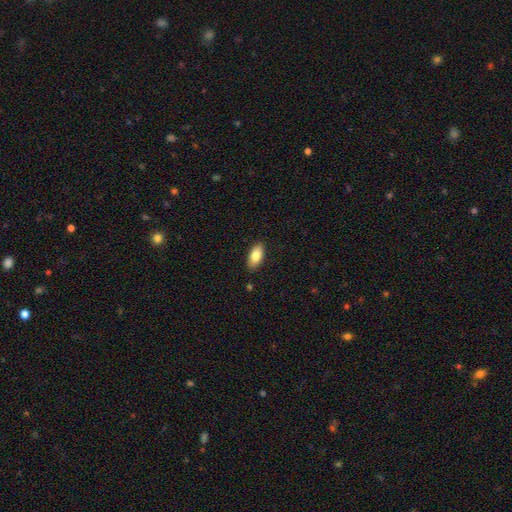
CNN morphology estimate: Smooth or featured: smooth — 80% (featured or disk — 13%)
How rounded: in between — 89% (cigar-shaped — 8%)
Merging: none — 88% (minor disturbance — 9%)